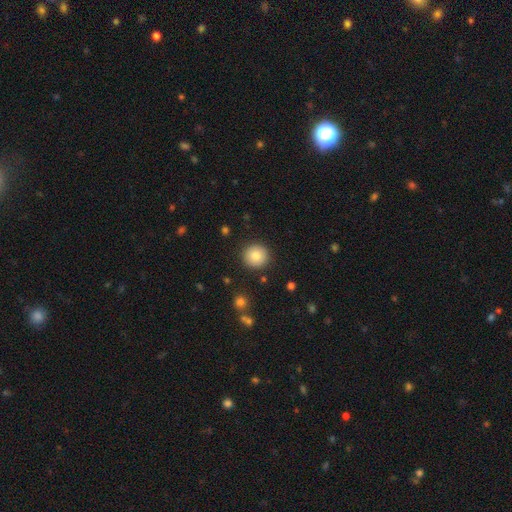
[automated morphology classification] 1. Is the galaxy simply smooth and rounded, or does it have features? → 82% smooth, 9% star or artifact, 9% featured or disk.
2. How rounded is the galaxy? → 95% round, 4% in between, 1% cigar-shaped.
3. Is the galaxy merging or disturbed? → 91% none, 6% minor disturbance, 2% major disturbance, 1% merger.